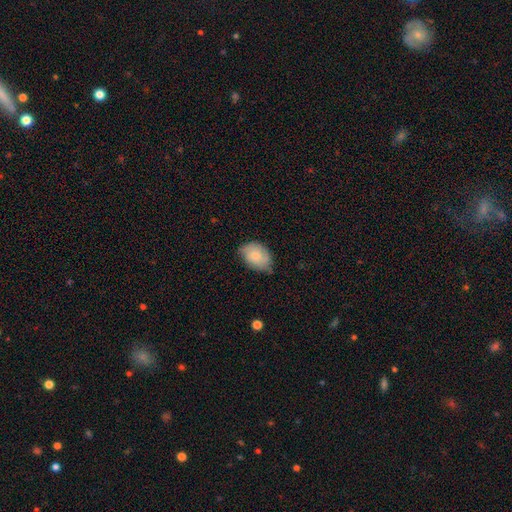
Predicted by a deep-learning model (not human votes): Overall: smooth (72%). How rounded: in between (82%). Merging: none (63%; minor disturbance 30%).